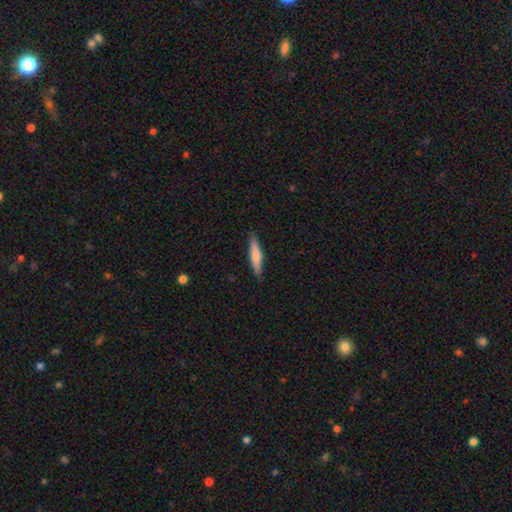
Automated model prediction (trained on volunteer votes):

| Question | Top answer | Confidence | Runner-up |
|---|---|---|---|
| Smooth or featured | smooth | 66% | featured or disk (28%) |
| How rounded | cigar-shaped | 85% | in between (13%) |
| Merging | none | 88% | minor disturbance (9%) |